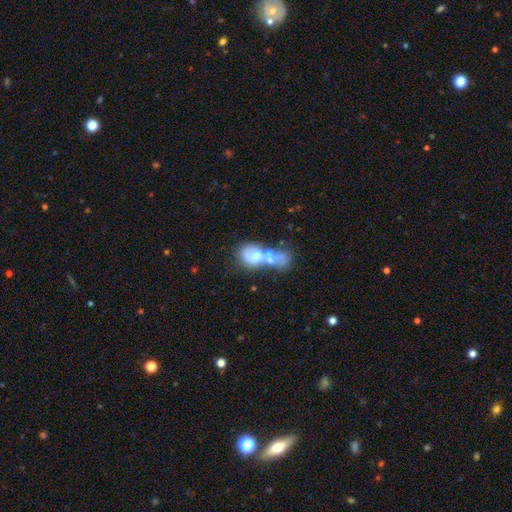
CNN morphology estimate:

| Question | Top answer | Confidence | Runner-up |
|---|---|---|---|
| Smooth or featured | smooth | 52% | featured or disk (37%) |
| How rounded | in between | 58% | round (39%) |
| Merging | merger | 68% | none (13%) |